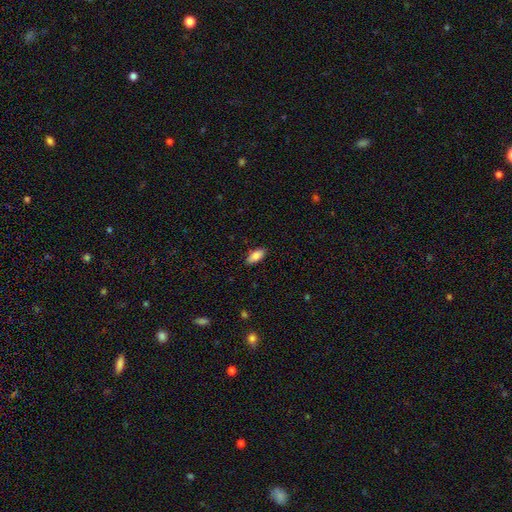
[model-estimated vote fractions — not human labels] Smooth or featured? Predicted: smooth (p=0.84). How rounded? Predicted: in between (p=0.89). Merging? Predicted: none (p=0.87).